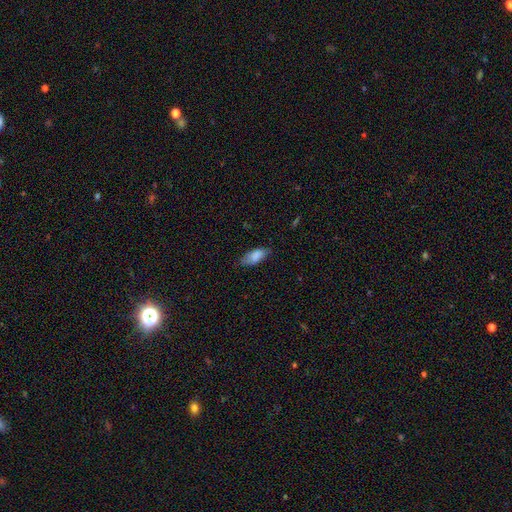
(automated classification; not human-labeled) smooth-or-featured: smooth: 84% | featured or disk: 9% | star or artifact: 7%
  how-rounded: in between: 84% | cigar-shaped: 13% | round: 2%
  merging: none: 71% | minor disturbance: 23% | major disturbance: 5% | merger: 1%